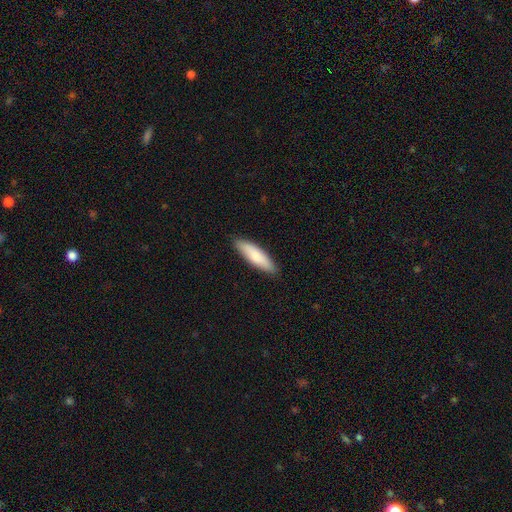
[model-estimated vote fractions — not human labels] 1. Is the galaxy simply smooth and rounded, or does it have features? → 80% smooth, 15% featured or disk, 5% star or artifact.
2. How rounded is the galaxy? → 63% cigar-shaped, 36% in between, 1% round.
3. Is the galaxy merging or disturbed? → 88% none, 9% minor disturbance, 2% major disturbance, 1% merger.